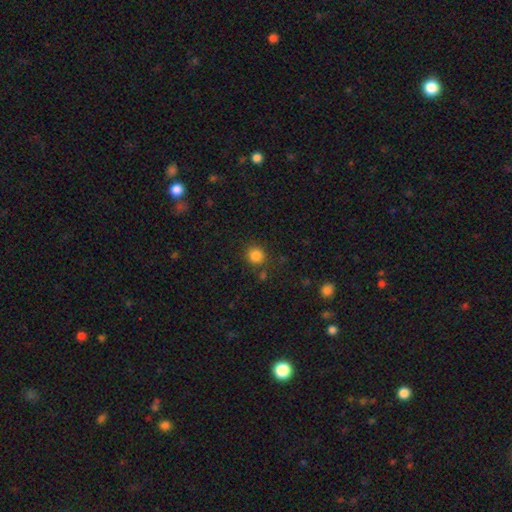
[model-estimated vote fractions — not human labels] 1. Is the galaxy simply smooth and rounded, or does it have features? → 84% smooth, 12% star or artifact, 4% featured or disk.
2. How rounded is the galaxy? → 92% round, 7% in between, 1% cigar-shaped.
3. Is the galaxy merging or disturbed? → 85% none, 8% minor disturbance, 4% merger, 3% major disturbance.